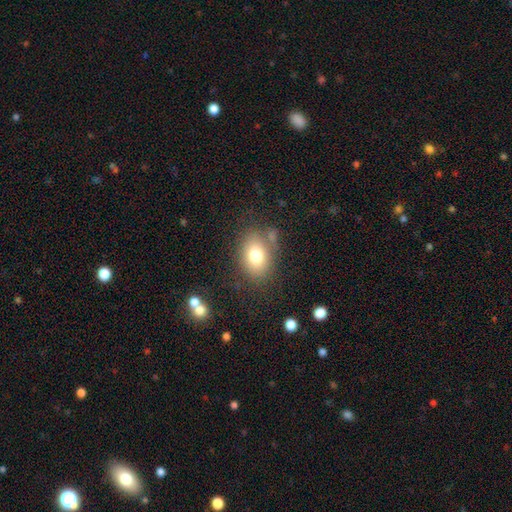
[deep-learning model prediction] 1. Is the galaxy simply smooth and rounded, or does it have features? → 77% smooth, 13% featured or disk, 10% star or artifact.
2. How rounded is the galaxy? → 75% in between, 23% round, 1% cigar-shaped.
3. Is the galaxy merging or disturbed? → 72% none, 15% minor disturbance, 6% merger, 6% major disturbance.